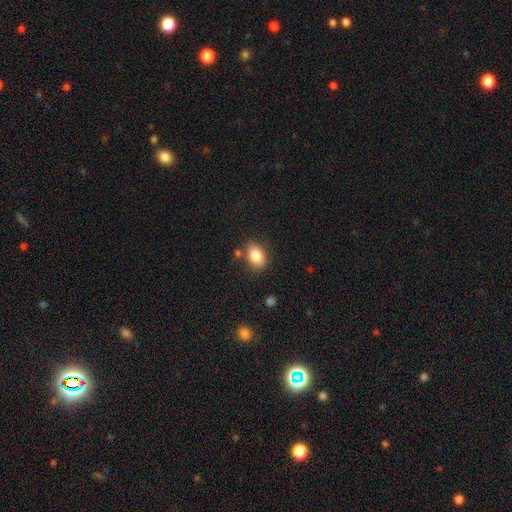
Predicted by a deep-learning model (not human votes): smooth-or-featured: smooth: 84% | star or artifact: 8% | featured or disk: 8%
  how-rounded: in between: 80% | round: 18% | cigar-shaped: 1%
  merging: none: 79% | minor disturbance: 13% | merger: 5% | major disturbance: 3%